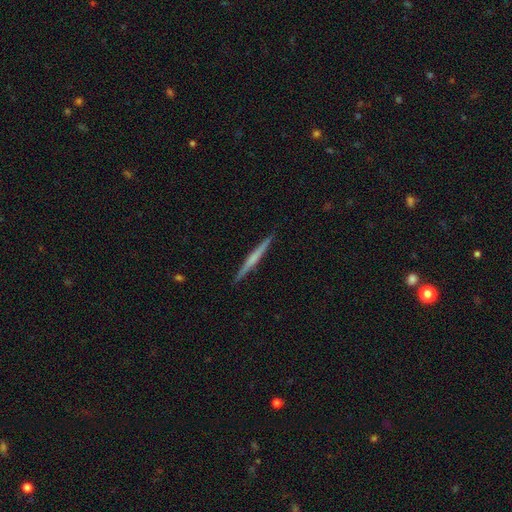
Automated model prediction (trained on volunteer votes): This appears to be a featured or disk galaxy (58%) viewed edge-on (98%) with no central bulge (62%). Merging: none (92%).